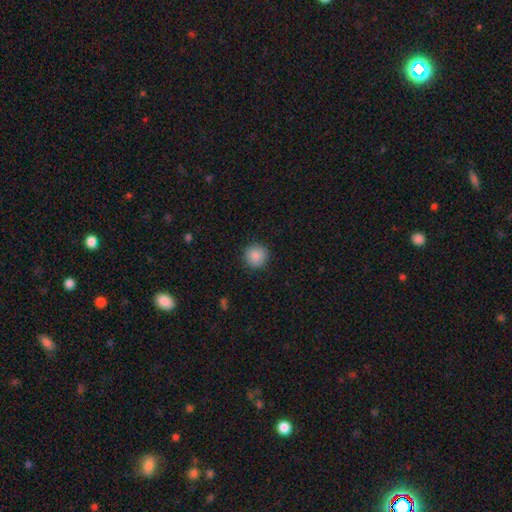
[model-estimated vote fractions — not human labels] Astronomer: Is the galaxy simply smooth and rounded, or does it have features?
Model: smooth — 88%.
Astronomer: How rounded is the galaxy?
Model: round — 95%.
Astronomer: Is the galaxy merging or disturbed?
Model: none — 91%.